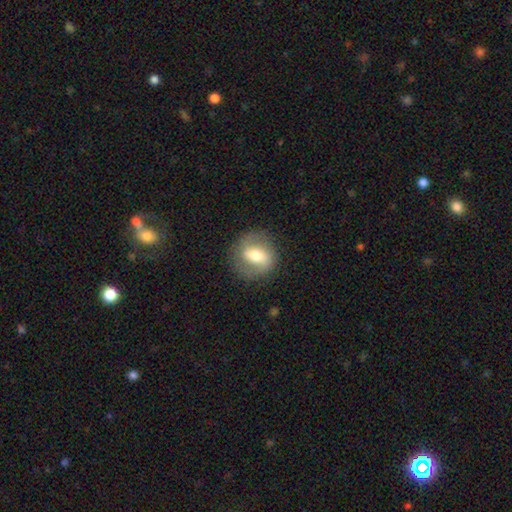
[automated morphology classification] Q: Smooth or featured?
A: featured or disk (52%); runner-up: smooth (41%)
Q: Edge-on disk?
A: no (93%); runner-up: yes (7%)
Q: Merging?
A: none (82%); runner-up: minor disturbance (11%)